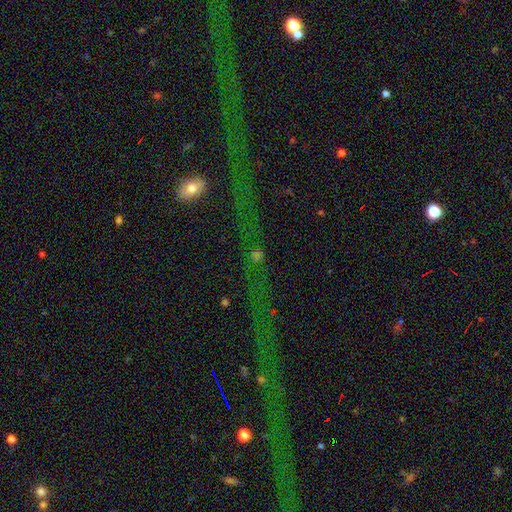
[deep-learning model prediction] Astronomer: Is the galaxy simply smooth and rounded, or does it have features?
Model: star or artifact — 42% (runner-up: smooth, 38%).